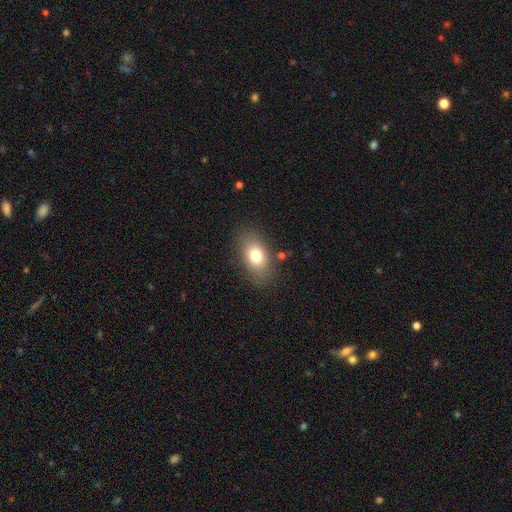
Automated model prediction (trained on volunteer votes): smooth_or_featured: smooth (p=0.75) [alt: featured or disk p=0.15]
how_rounded: in between (p=0.86) [alt: round p=0.12]
merging: none (p=0.82) [alt: minor disturbance p=0.12]